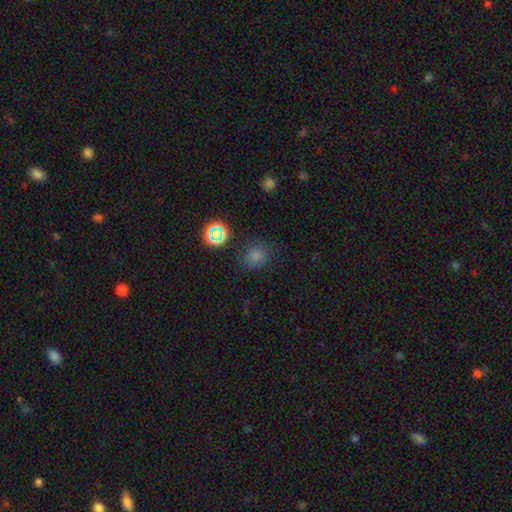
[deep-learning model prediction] The model was most divided on "smooth or featured": smooth: 73%, star or artifact: 22%, featured or disk: 6%. More confident: merging — none (79%); how rounded — round (79%).